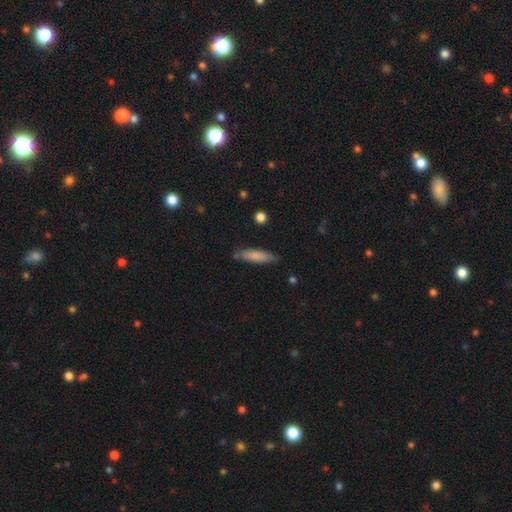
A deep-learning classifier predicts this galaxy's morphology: Smooth or featured: smooth — 77% (featured or disk — 18%)
How rounded: cigar-shaped — 72% (in between — 26%)
Merging: none — 78% (minor disturbance — 17%)